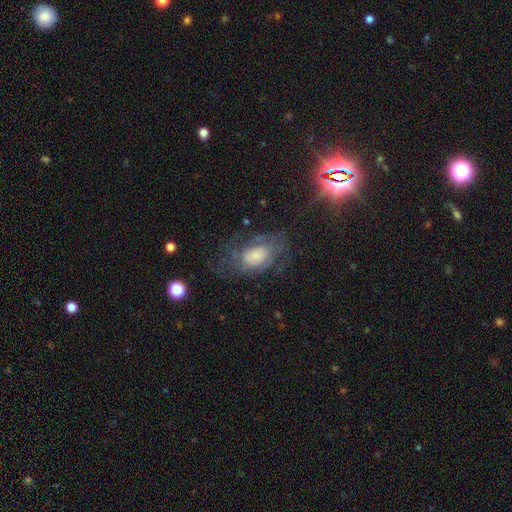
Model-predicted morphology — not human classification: Smooth or featured: featured or disk — 58% (smooth — 30%)
Edge-on disk: no — 96% (yes — 4%)
Bar: no — 76% (weak — 20%)
Spiral arms: yes — 78% (no — 22%)
Bulge size: small — 34% (moderate — 28%)
Merging: none — 55% (major disturbance — 22%)